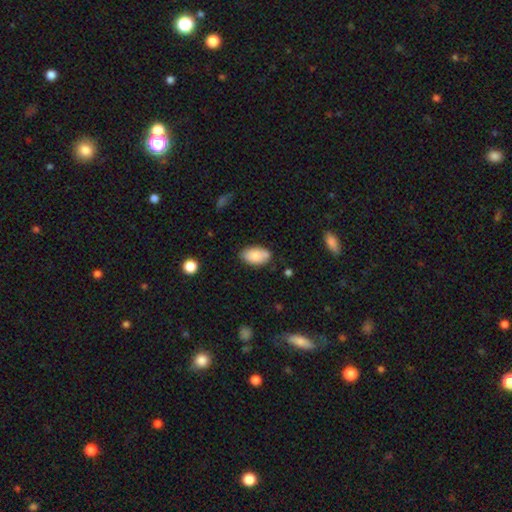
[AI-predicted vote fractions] The model was most divided on "merging": none: 74%, minor disturbance: 19%, merger: 4%, major disturbance: 3%. More confident: how rounded — in between (94%); smooth or featured — smooth (80%).